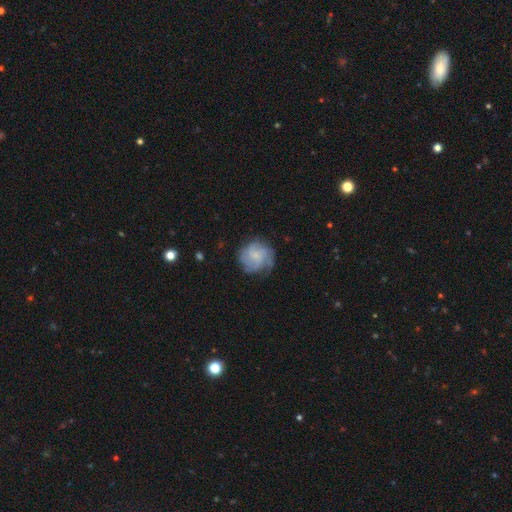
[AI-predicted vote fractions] This is possibly a featured or disk galaxy (60%). It is clearly not viewed edge-on (98%). Bar: likely no (75%). Spiral arm pattern: clearly yes (88%). Spiral arm count: marginally can't tell (40%). Spiral winding: possibly tight (50%). Central bulge: likely small (69%). Merging: likely none (65%).